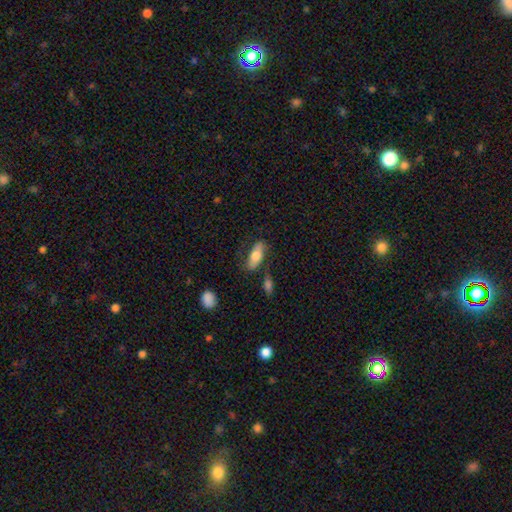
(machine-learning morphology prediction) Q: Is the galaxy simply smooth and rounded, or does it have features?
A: smooth — 68%.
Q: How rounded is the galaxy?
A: in between — 74%.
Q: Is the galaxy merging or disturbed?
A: none — 70%.